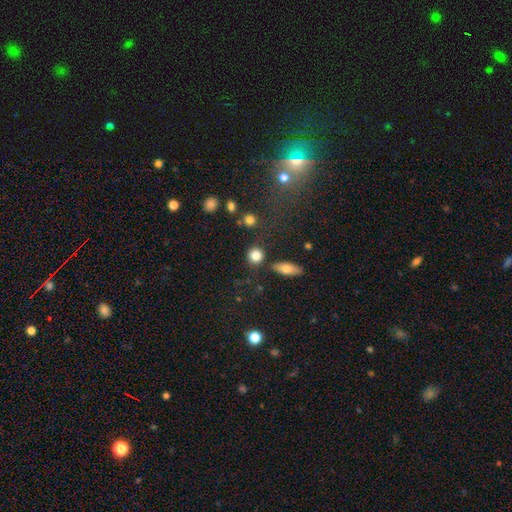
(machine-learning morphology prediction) smooth-or-featured: smooth: 84% | star or artifact: 10% | featured or disk: 6%
  how-rounded: round: 87% | in between: 11% | cigar-shaped: 2%
  merging: none: 79% | minor disturbance: 10% | merger: 7% | major disturbance: 3%